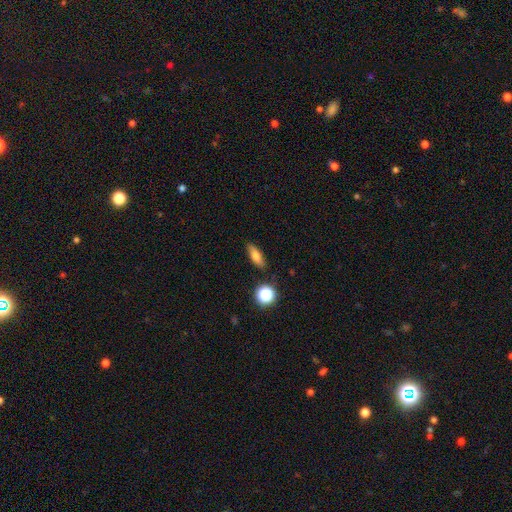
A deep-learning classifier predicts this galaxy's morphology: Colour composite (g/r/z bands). It shows a smooth galaxy with no disk features (75%) that is in between round and cigar-shaped (56%). Merging: none (85%).